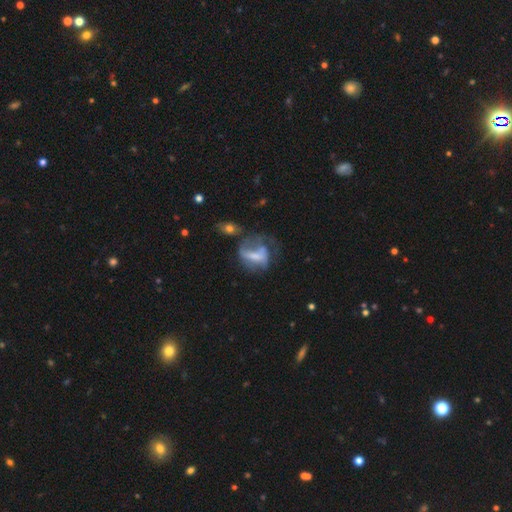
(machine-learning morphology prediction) The model was most divided on "smooth or featured": featured or disk: 49%, smooth: 40%, star or artifact: 10%. Remaining: merging — major disturbance (41%).